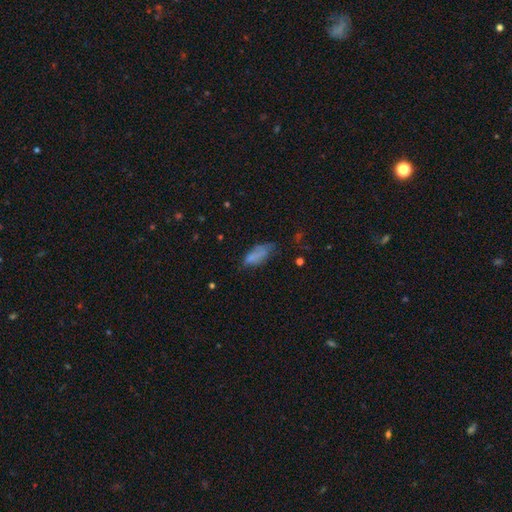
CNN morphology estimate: Smooth or featured? Predicted: smooth (p=0.69). How rounded? Predicted: in between (p=0.78). Merging? Predicted: none (p=0.40).